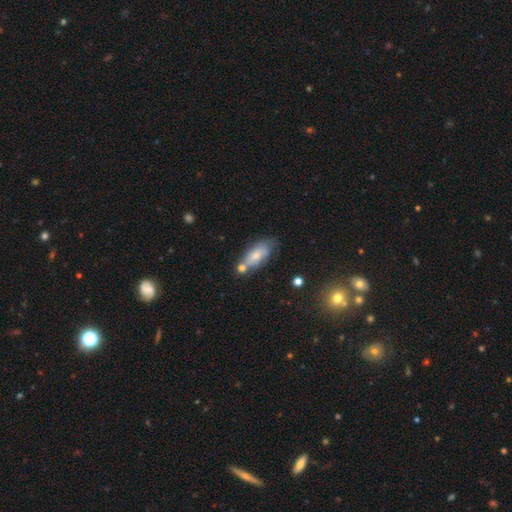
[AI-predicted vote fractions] Smooth or featured: smooth — 67% (featured or disk — 26%)
How rounded: in between — 77% (cigar-shaped — 19%)
Merging: none — 54% (minor disturbance — 21%)